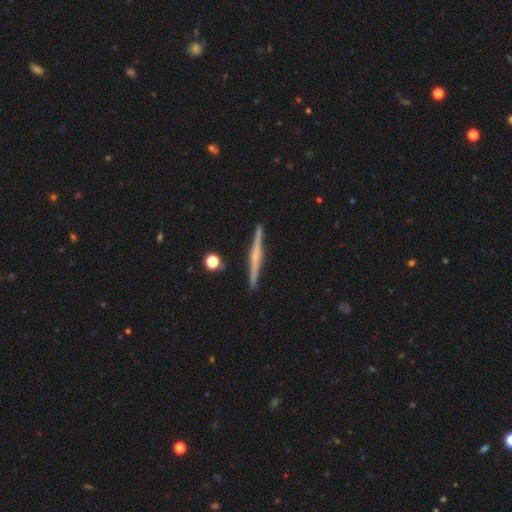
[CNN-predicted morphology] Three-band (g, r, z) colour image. It shows a featured or disk galaxy (71%) viewed edge-on (98%) with a rounded central bulge (53%). Merging: none (92%).